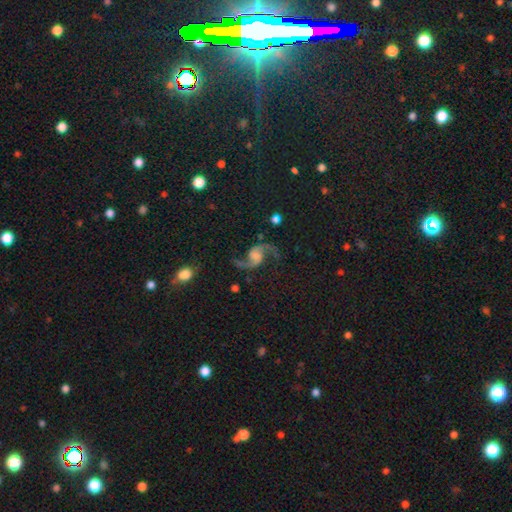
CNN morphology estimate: This appears to be a featured or disk galaxy (89%) with no bar (56%), 2 (94%) loose (77%) spiral arms (98%) and no central bulge (37%). Merging: none (78%).